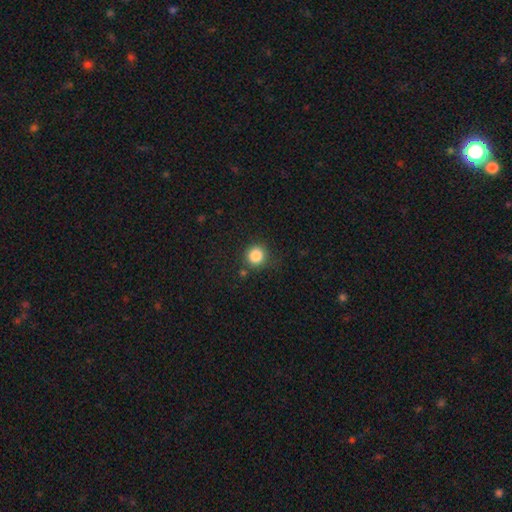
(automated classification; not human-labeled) Smooth or featured? smooth (85%)
How rounded? round (92%)
Merging? none (83%)